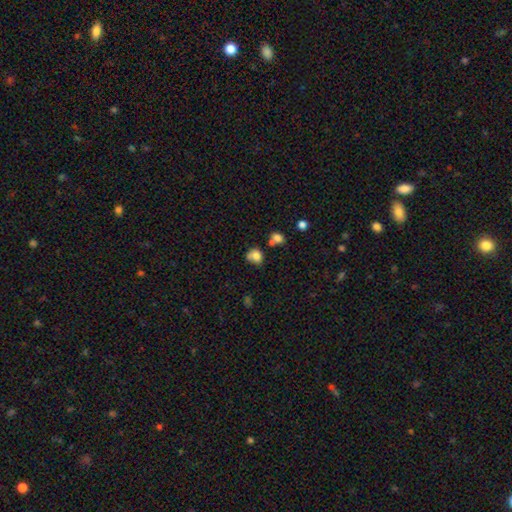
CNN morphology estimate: Smooth or featured? Predicted: smooth (p=0.78). How rounded? Predicted: round (p=0.59). Merging? Predicted: none (p=0.44).